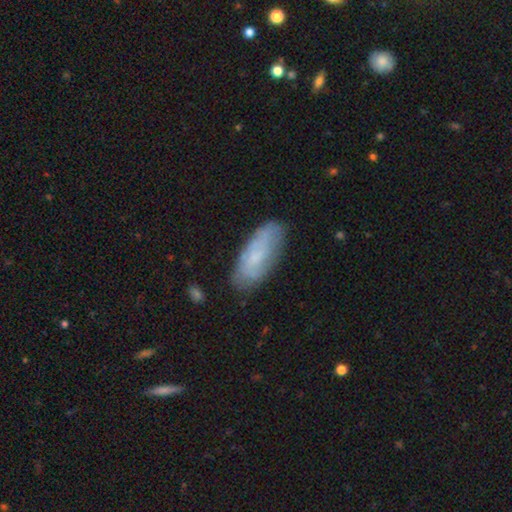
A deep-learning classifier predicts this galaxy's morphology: This appears to be a smooth galaxy with no disk features (51%) that is in between round and cigar-shaped (78%). Merging: none (74%).